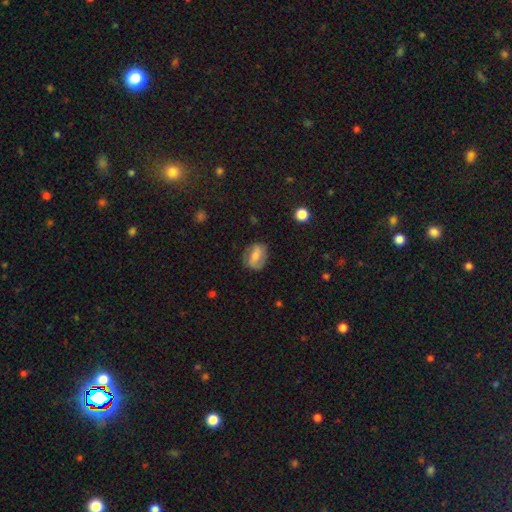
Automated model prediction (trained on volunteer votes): A smooth galaxy with no disk features (49%).

Vote fractions:
- Smooth or featured? smooth: 49% / featured or disk: 43% / star or artifact: 8%
- Merging? none: 72% / minor disturbance: 19% / major disturbance: 7% / merger: 1%